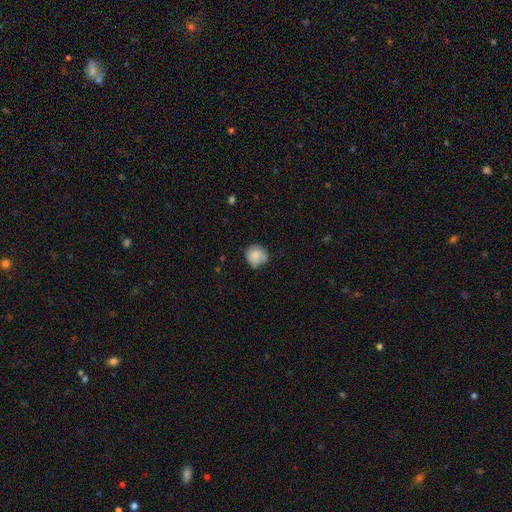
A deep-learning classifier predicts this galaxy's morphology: This is clearly a smooth galaxy (81%). How rounded: clearly round (89%). Merging: likely none (70%).